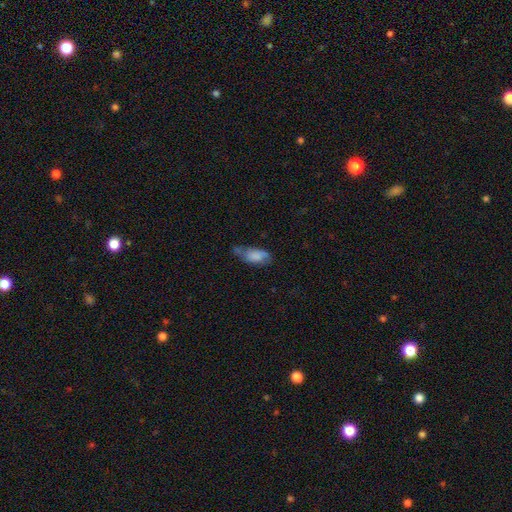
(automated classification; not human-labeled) Smooth or featured? smooth (75%)
How rounded? in between (85%)
Merging? none (44%)